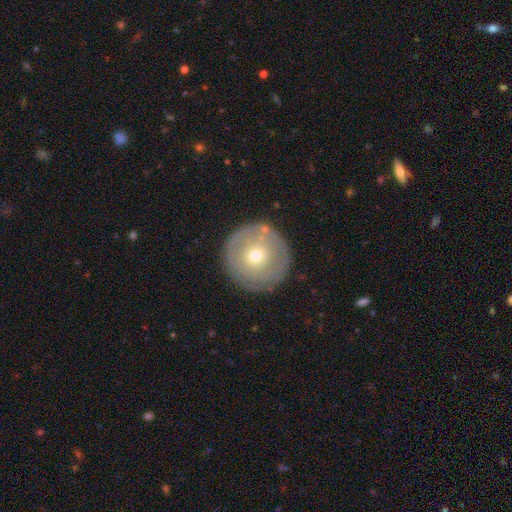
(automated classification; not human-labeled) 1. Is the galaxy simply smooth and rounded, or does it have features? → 53% smooth, 40% featured or disk, 8% star or artifact.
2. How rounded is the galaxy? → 95% round, 4% in between, 1% cigar-shaped.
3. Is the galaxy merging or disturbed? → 83% none, 11% minor disturbance, 4% major disturbance, 3% merger.